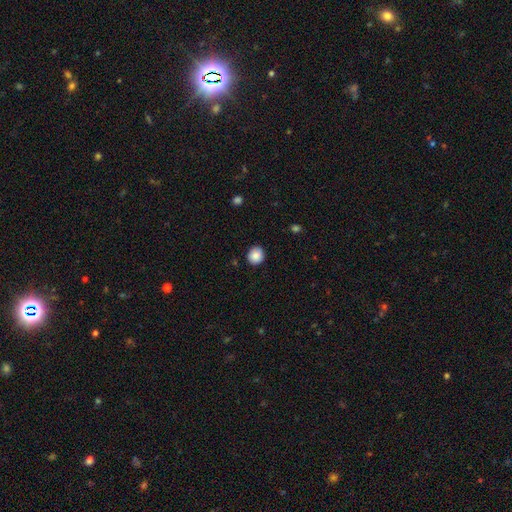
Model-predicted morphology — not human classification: The model was most divided on "smooth or featured": smooth: 87%, star or artifact: 9%, featured or disk: 4%. More confident: how rounded — round (90%); merging — none (89%).